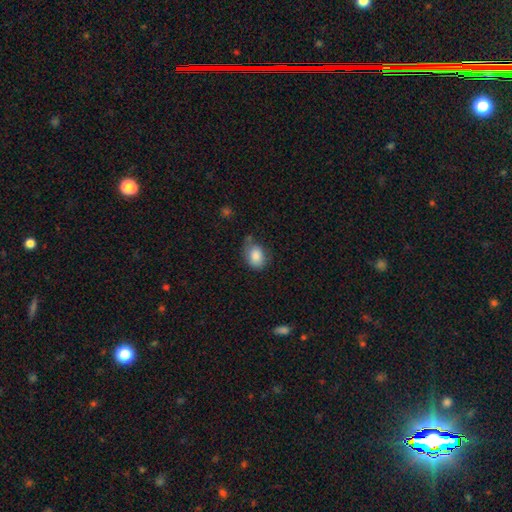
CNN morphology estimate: This appears to be a smooth galaxy with no disk features (86%) that is in between round and cigar-shaped (68%). Merging: none (55%).